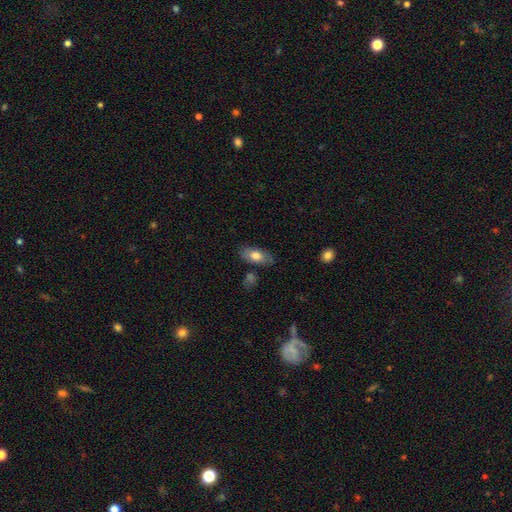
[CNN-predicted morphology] Smooth or featured? smooth (70%)
How rounded? in between (88%)
Merging? none (79%)